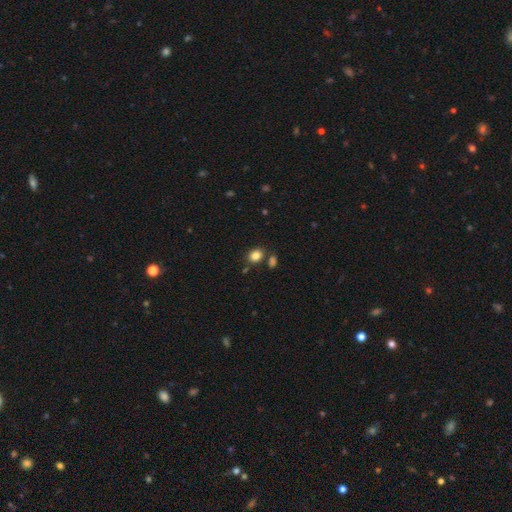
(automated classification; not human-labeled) Smooth or featured? Predicted: smooth (p=0.84). How rounded? Predicted: in between (p=0.54). Merging? Predicted: none (p=0.75).